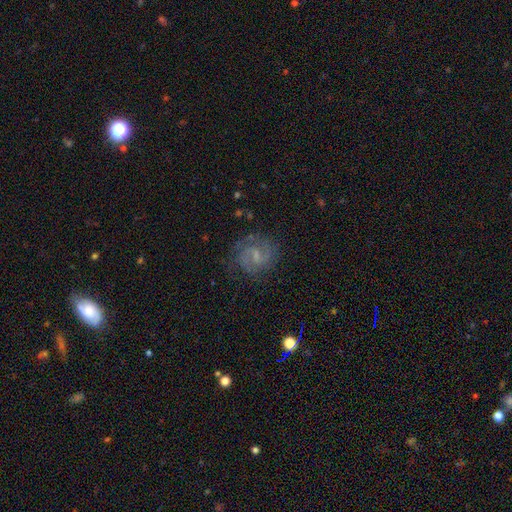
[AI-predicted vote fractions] smooth-or-featured: featured or disk: 80% | smooth: 12% | star or artifact: 8%
  disk-edge-on: no: 98% | yes: 2%
    bar: weak: 60% | no: 25% | strong: 15%
    has-spiral-arms: yes: 96% | no: 4%
      spiral-winding: medium: 50% | tight: 37% | loose: 14%
      spiral-arm-count: 2: 82% | can't tell: 8% | 3: 5% | 1: 2% | 4: 2% | more than 4: 2%
    bulge-size: small: 54% | none: 24% | moderate: 19% | large: 1% | dominant: 1%
  merging: none: 79% | minor disturbance: 14% | major disturbance: 6% | merger: 1%